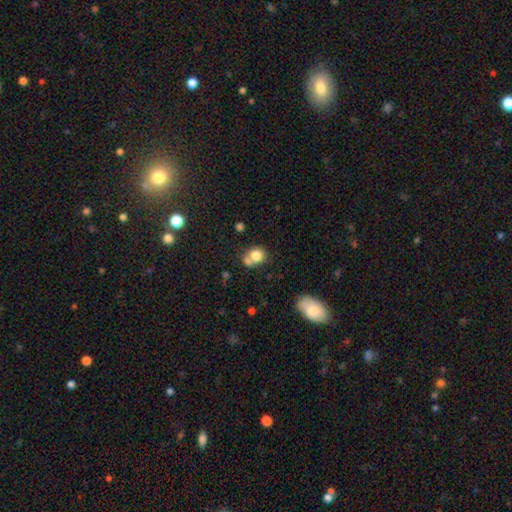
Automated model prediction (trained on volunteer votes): smooth 79%, featured or disk 11%, star or artifact 10%. Down the decision tree: how rounded — round (71%); merging — none (45%).